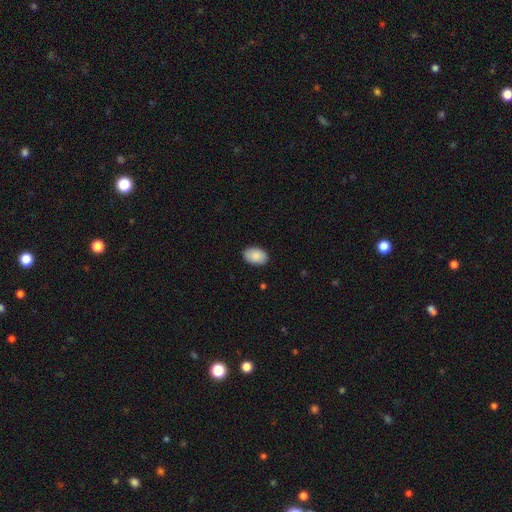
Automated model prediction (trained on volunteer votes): smooth_or_featured: smooth (p=0.89) [alt: star or artifact p=0.06]
how_rounded: in between (p=0.89) [alt: round p=0.10]
merging: none (p=0.88) [alt: minor disturbance p=0.09]